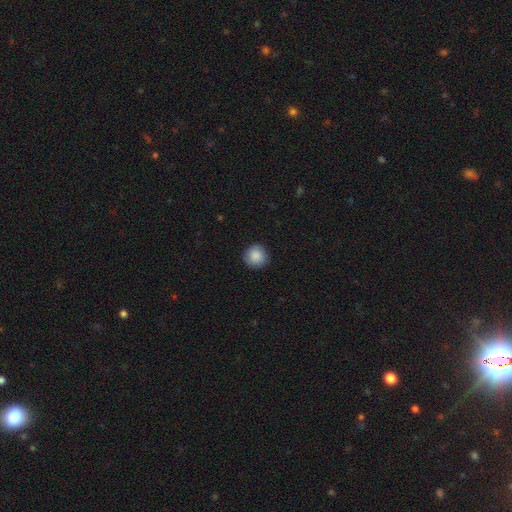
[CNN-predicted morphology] smooth 88%, star or artifact 8%, featured or disk 4%. Down the decision tree: how rounded — round (93%); merging — none (89%).